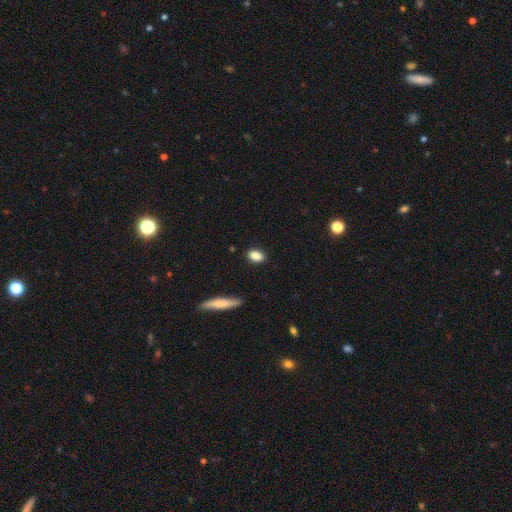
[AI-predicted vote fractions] The model was most divided on "how rounded": in between: 82%, round: 13%, cigar-shaped: 5%. More confident: smooth or featured — smooth (87%); merging — none (87%).